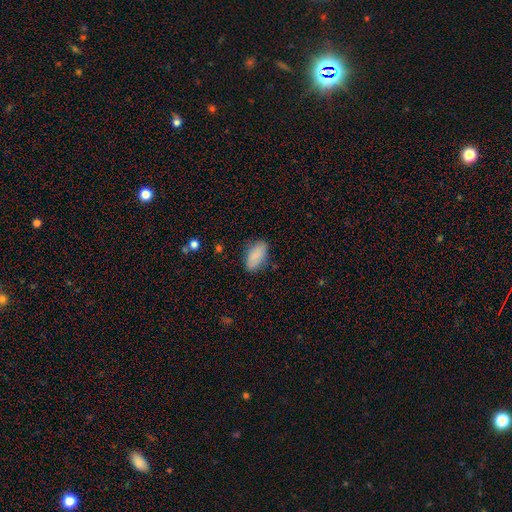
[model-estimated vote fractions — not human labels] This is clearly a smooth galaxy (87%). How rounded: clearly in between (92%). Merging: likely none (78%).